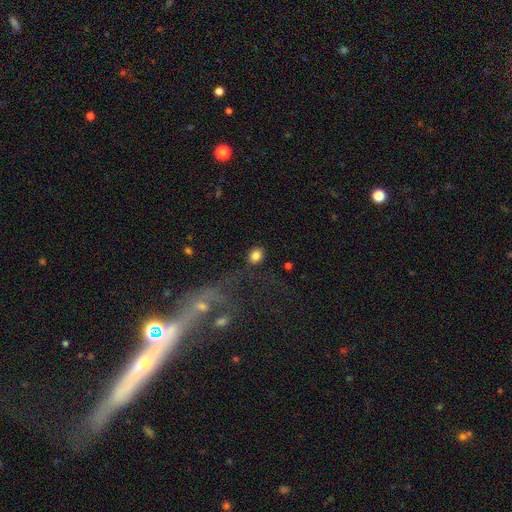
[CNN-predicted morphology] Smooth or featured? Predicted: smooth (p=0.83). How rounded? Predicted: round (p=0.60). Merging? Predicted: none (p=0.77).